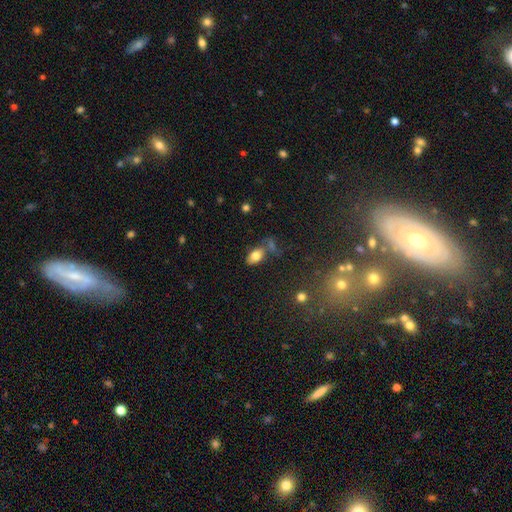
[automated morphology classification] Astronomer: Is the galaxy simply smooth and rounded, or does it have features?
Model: smooth — 79%.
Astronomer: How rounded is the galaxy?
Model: in between — 91%.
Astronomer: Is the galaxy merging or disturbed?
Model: none — 58%.